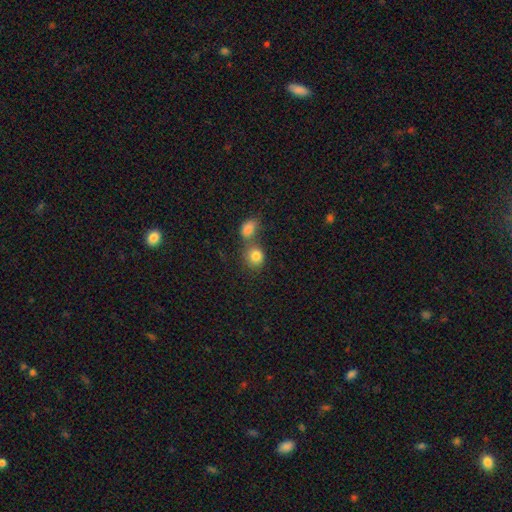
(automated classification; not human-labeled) smooth_or_featured: smooth (p=0.83) [alt: star or artifact p=0.10]
how_rounded: round (p=0.70) [alt: in between p=0.29]
merging: none (p=0.44) [alt: merger p=0.42]